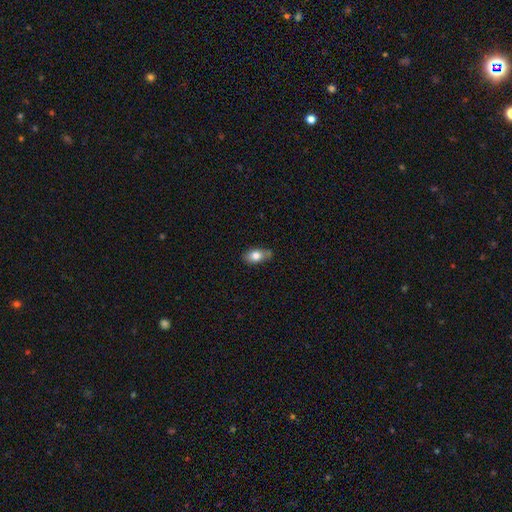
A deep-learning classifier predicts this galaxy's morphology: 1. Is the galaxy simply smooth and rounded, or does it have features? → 79% smooth, 13% featured or disk, 8% star or artifact.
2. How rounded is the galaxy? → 85% in between, 11% round, 4% cigar-shaped.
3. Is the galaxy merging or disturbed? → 68% none, 25% minor disturbance, 4% major disturbance, 3% merger.